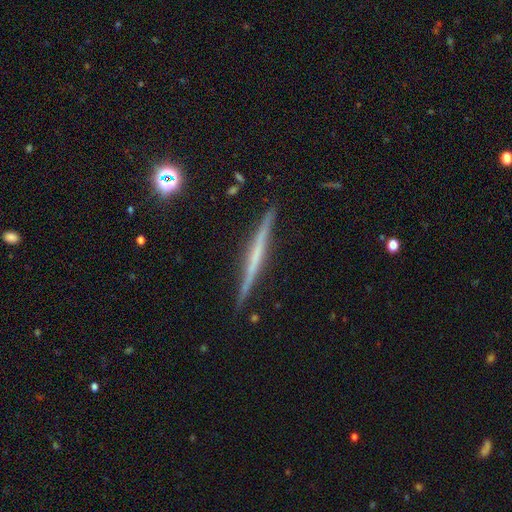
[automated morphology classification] A featured or disk galaxy (69%) viewed edge-on (98%) with no central bulge (79%).

Vote fractions:
- Smooth or featured? featured or disk: 69% / smooth: 25% / star or artifact: 7%
- Edge-on disk? yes: 98% / no: 2%
- Edge-on bulge? none: 79% / rounded: 13% / boxy: 8%
- Merging? none: 90% / minor disturbance: 7% / major disturbance: 1% / merger: 1%